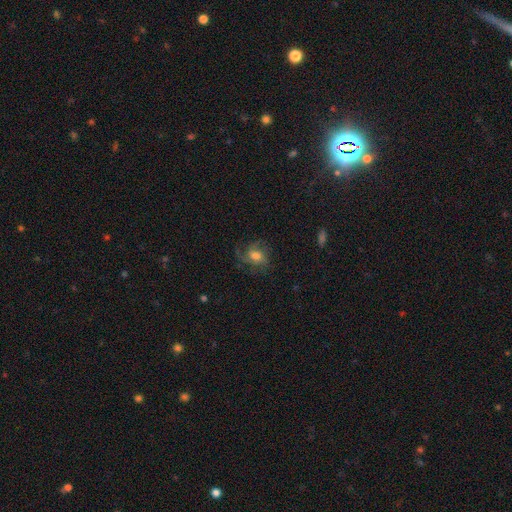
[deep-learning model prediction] Smooth or featured? Predicted: featured or disk (p=0.56). Edge-on disk? Predicted: no (p=0.96). Bar? Predicted: no (p=0.66). Spiral arms? Predicted: yes (p=0.86). Bulge size? Predicted: moderate (p=0.52). Merging? Predicted: none (p=0.63).